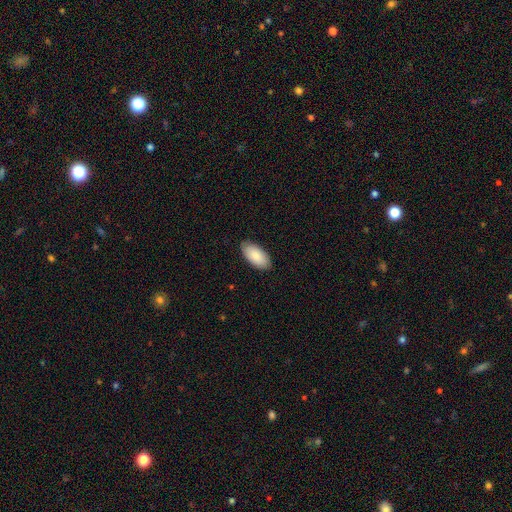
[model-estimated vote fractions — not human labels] Smooth or featured?
  - smooth: 87% *
  - featured or disk: 8%
  - star or artifact: 6%
How rounded?
  - in between: 95% *
  - cigar-shaped: 3%
  - round: 2%
Merging?
  - none: 87% *
  - minor disturbance: 10%
  - major disturbance: 2%
  - merger: 1%